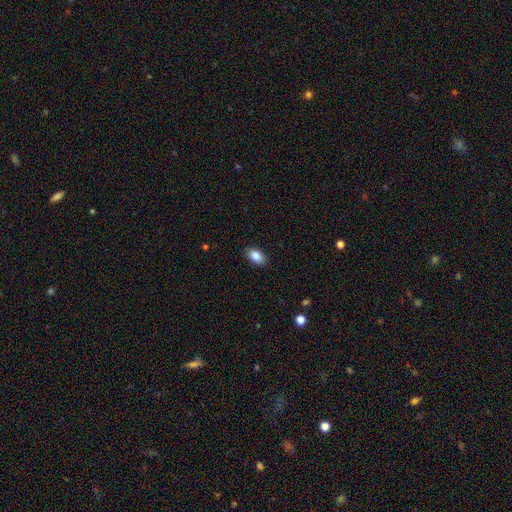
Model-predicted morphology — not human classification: smooth 87%, star or artifact 8%, featured or disk 6%. Down the decision tree: how rounded — in between (92%); merging — none (89%).